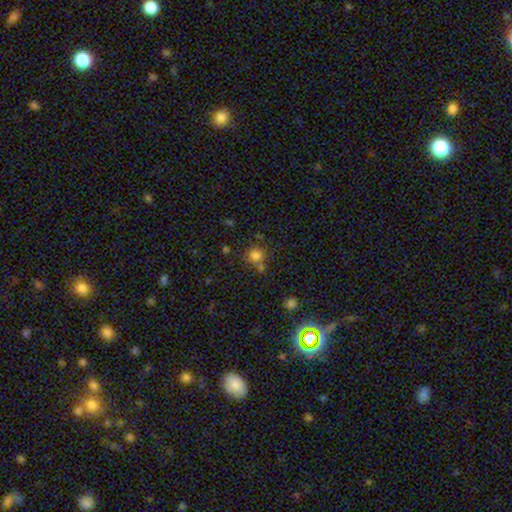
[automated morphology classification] Q: Smooth or featured?
A: smooth (79%); runner-up: star or artifact (14%)
Q: How rounded?
A: round (90%); runner-up: in between (9%)
Q: Merging?
A: none (66%); runner-up: merger (19%)